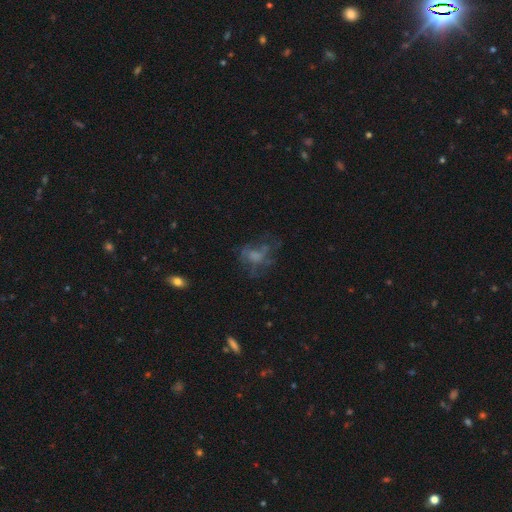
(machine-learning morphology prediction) type=featured or disk (45%); merging=none (44%).